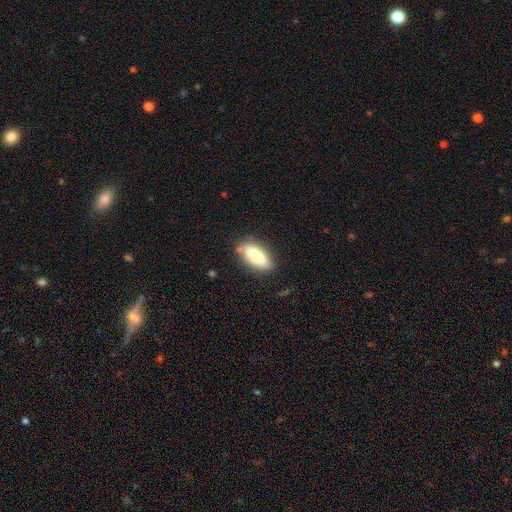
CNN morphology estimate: smooth_or_featured: smooth (p=0.84) [alt: featured or disk p=0.10]
how_rounded: in between (p=0.80) [alt: cigar-shaped p=0.18]
merging: none (p=0.75) [alt: minor disturbance p=0.17]